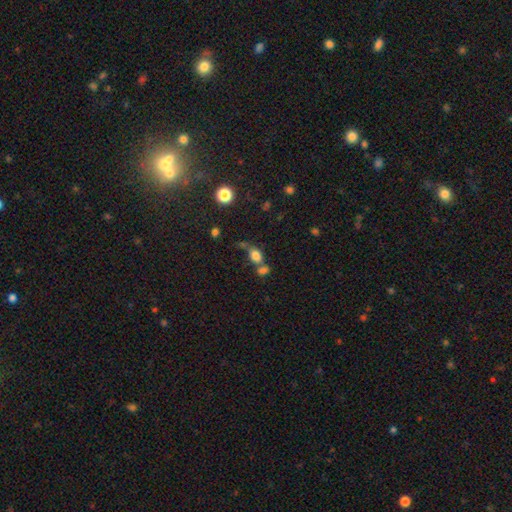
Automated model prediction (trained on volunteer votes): Overall: smooth (77%). How rounded: in between (75%). Merging: merger (41%; none 38%).